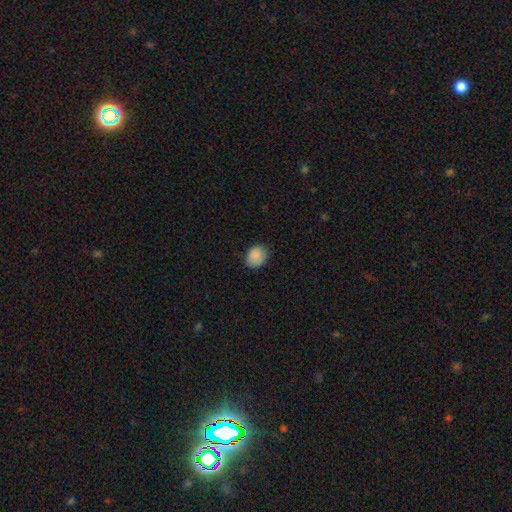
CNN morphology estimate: Q: Smooth or featured?
A: smooth (88%); runner-up: star or artifact (8%)
Q: How rounded?
A: in between (53%); runner-up: round (46%)
Q: Merging?
A: none (75%); runner-up: minor disturbance (20%)